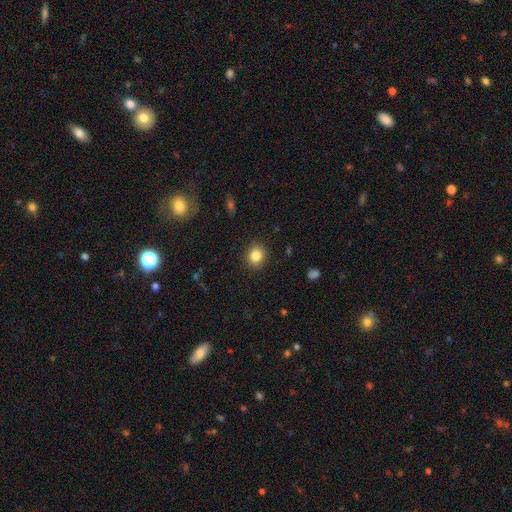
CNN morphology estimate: smooth-or-featured: smooth: 84% | star or artifact: 10% | featured or disk: 6%
  how-rounded: round: 73% | in between: 26% | cigar-shaped: 1%
  merging: none: 90% | minor disturbance: 7% | major disturbance: 2% | merger: 1%